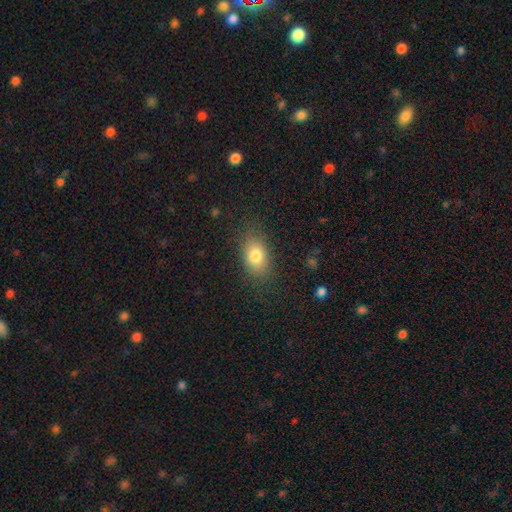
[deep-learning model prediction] The model was most divided on "smooth or featured": smooth: 79%, featured or disk: 11%, star or artifact: 9%. More confident: how rounded — in between (84%); merging — none (82%).